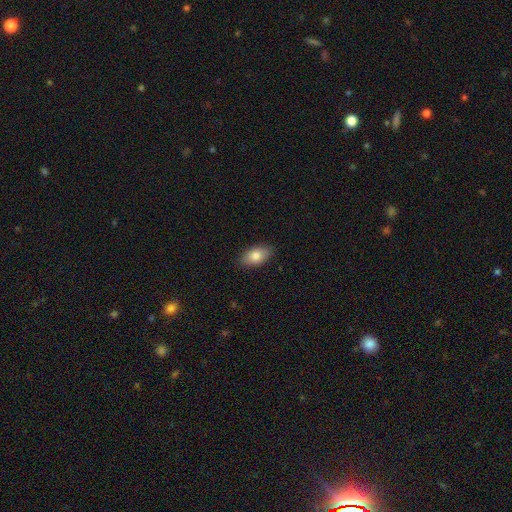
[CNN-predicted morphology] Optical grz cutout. It shows a smooth galaxy with no disk features (81%) that is in between round and cigar-shaped (92%). Merging: none (87%).